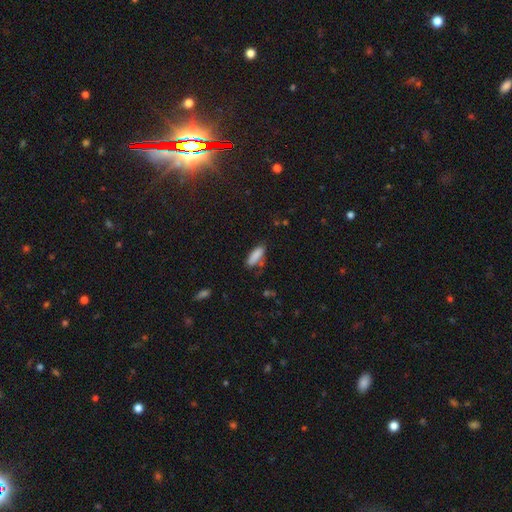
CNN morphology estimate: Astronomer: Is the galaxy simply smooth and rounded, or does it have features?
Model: smooth — 86%.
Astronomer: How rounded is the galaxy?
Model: in between — 60% (runner-up: cigar-shaped, 38%).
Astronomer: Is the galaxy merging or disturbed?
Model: none — 67%.